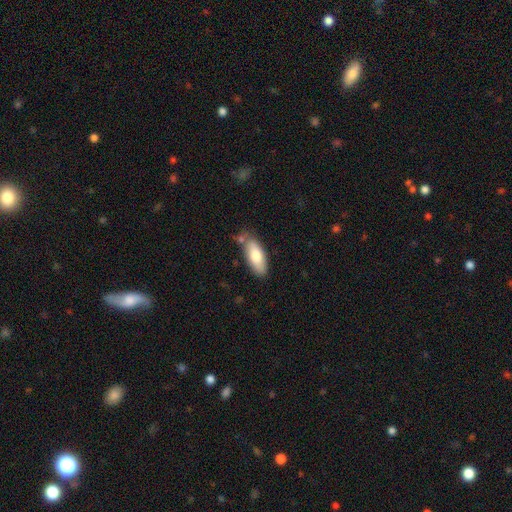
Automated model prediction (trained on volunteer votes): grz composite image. It shows a smooth galaxy with no disk features (74%) that is in between round and cigar-shaped (81%). Merging: none (72%).